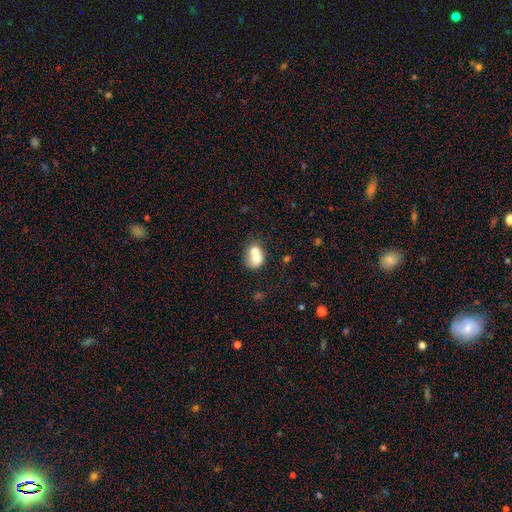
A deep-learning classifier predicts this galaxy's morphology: Overall: smooth (67%). How rounded: round (52%; in between 47%). Merging: merger (69%).